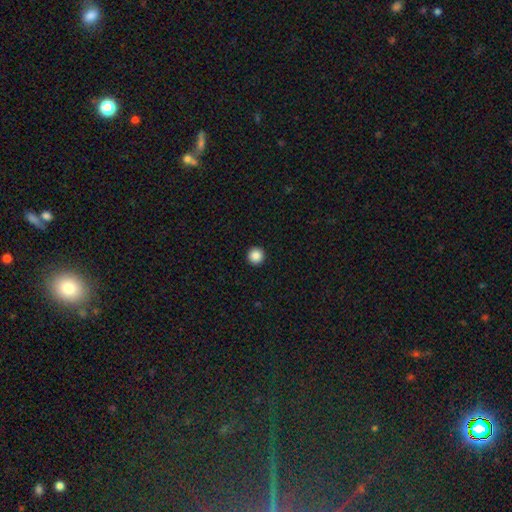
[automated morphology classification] Overall: smooth (87%). How rounded: round (97%). Merging: none (94%).